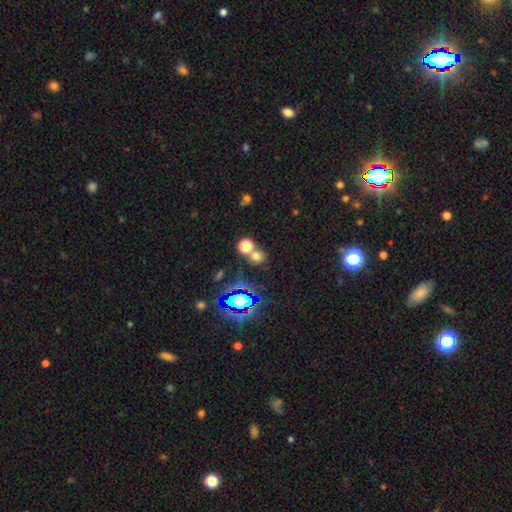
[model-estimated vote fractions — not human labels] A smooth galaxy with no disk features (58%) that is round (77%).

Vote fractions:
- Smooth or featured? smooth: 58% / star or artifact: 33% / featured or disk: 8%
- How rounded? round: 77% / in between: 22% / cigar-shaped: 2%
- Merging? none: 61% / merger: 28% / minor disturbance: 7% / major disturbance: 4%